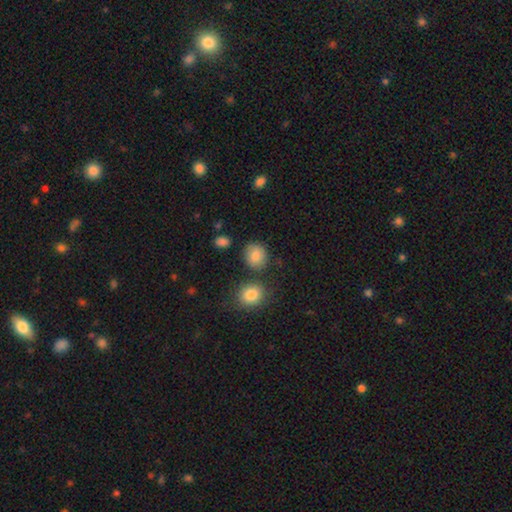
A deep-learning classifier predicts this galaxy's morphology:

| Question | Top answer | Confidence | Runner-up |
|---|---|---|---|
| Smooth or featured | smooth | 83% | star or artifact (10%) |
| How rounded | round | 77% | in between (22%) |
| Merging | none | 79% | minor disturbance (11%) |